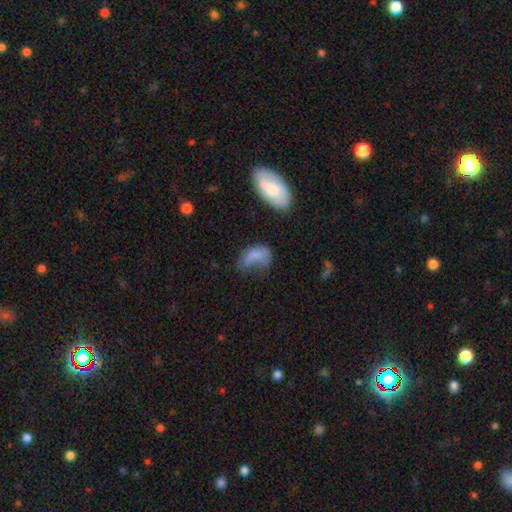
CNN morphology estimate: Smooth or featured?
  - smooth: 66% *
  - featured or disk: 23%
  - star or artifact: 11%
How rounded?
  - in between: 85% *
  - round: 12%
  - cigar-shaped: 3%
Merging?
  - major disturbance: 41% *
  - minor disturbance: 26%
  - none: 25%
  - merger: 8%